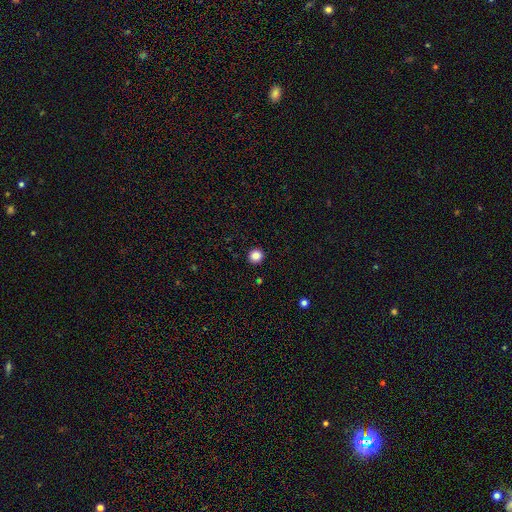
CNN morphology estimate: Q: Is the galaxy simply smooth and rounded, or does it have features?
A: smooth — 85%.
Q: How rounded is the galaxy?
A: round — 94%.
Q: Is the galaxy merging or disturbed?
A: none — 93%.